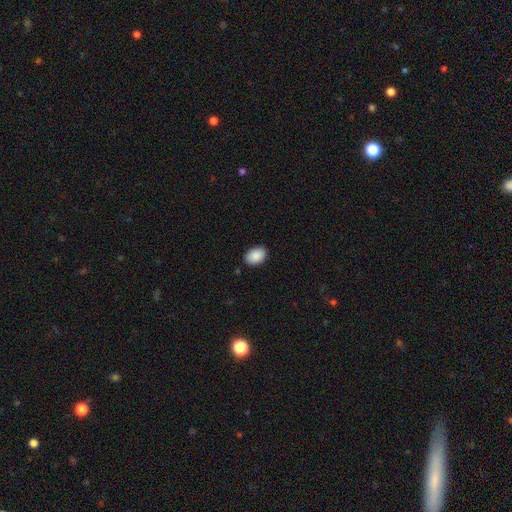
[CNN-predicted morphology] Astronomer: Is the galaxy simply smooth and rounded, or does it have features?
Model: smooth — 90%.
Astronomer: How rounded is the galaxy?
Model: in between — 85%.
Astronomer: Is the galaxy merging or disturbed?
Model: none — 88%.